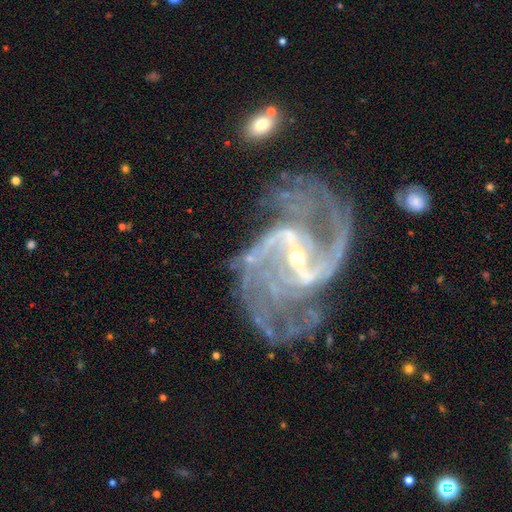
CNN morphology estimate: This appears to be a featured or disk galaxy (92%) with a strong bar (60%), 2 (60%) medium (49%) spiral arms (98%) and a small central bulge (77%). Merging: none (52%).